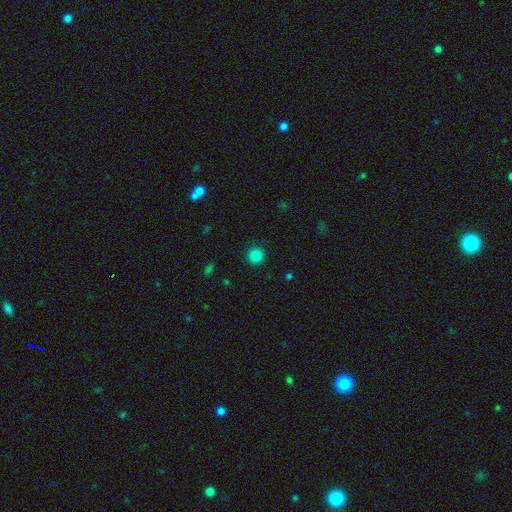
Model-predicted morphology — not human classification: This is clearly a smooth galaxy (85%). How rounded: clearly round (94%). Merging: clearly none (91%).